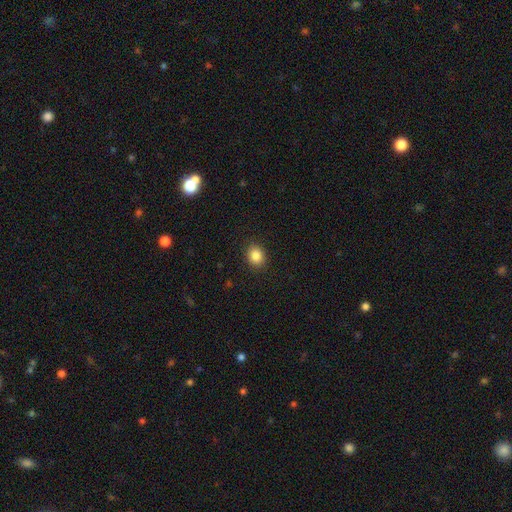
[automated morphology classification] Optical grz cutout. It shows a smooth galaxy with no disk features (85%) that is round (66%). Merging: none (89%).